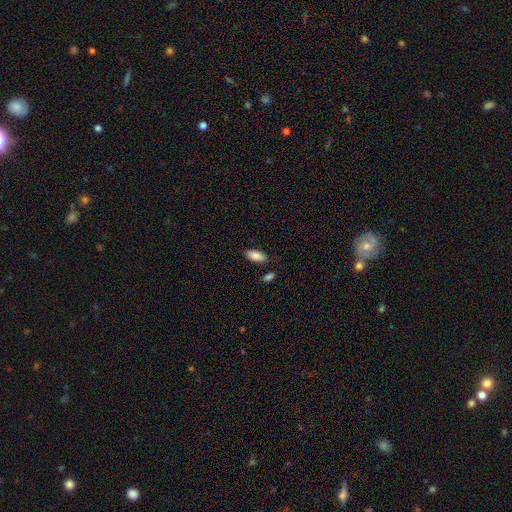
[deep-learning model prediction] Smooth or featured? Predicted: smooth (p=0.87). How rounded? Predicted: in between (p=0.91). Merging? Predicted: none (p=0.80).